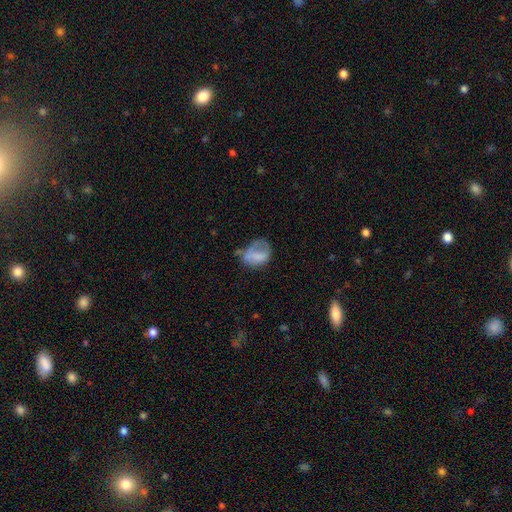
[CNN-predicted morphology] Smooth or featured? smooth (64%)
How rounded? in between (64%)
Merging? major disturbance (34%)